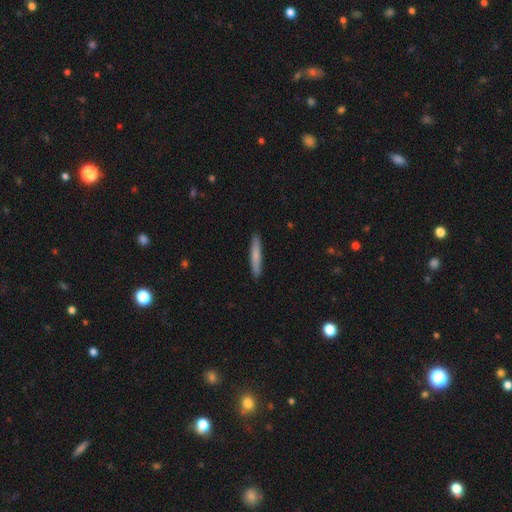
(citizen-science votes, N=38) Smooth or featured? 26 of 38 (68%) said smooth. How rounded? 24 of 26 (92%) said cigar-shaped. Merging? 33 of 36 (92%) said none.